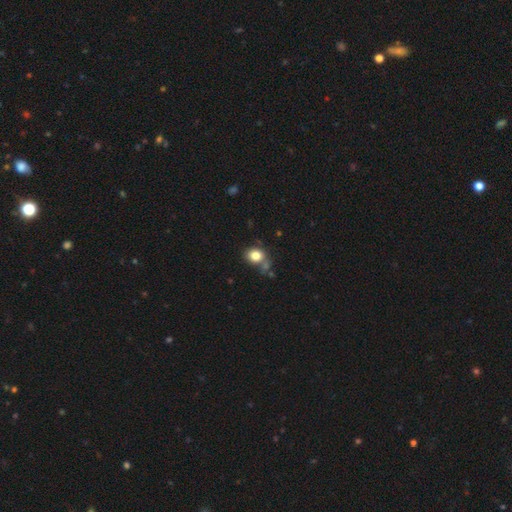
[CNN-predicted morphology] A smooth galaxy with no disk features (81%) that is round (60%).

Vote fractions:
- Smooth or featured? smooth: 81% / star or artifact: 11% / featured or disk: 8%
- How rounded? round: 60% / in between: 39% / cigar-shaped: 1%
- Merging? none: 61% / minor disturbance: 19% / merger: 13% / major disturbance: 7%